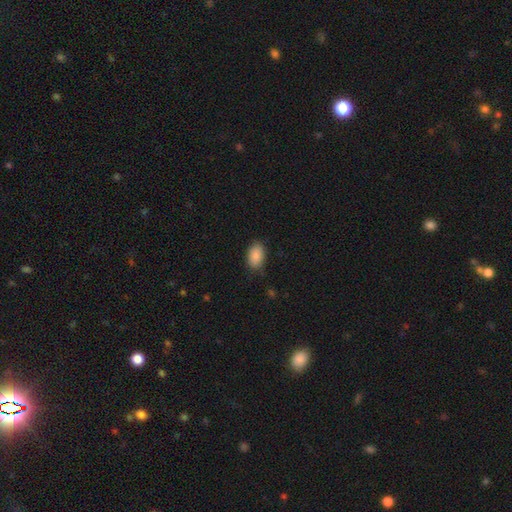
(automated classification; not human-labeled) The model was most divided on "merging": none: 82%, minor disturbance: 14%, major disturbance: 3%, merger: 1%. More confident: how rounded — in between (91%); smooth or featured — smooth (88%).